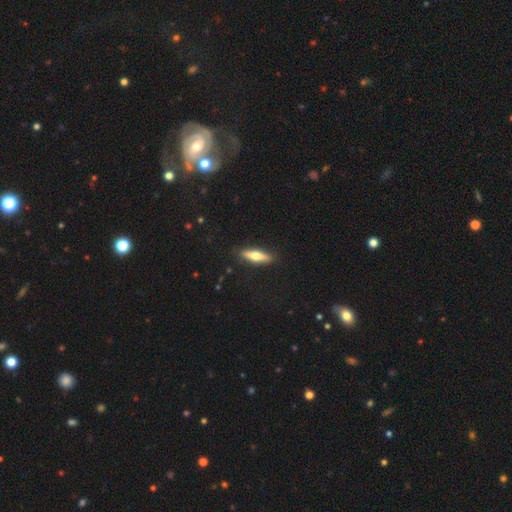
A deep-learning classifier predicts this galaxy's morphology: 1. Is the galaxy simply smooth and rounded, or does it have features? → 49% featured or disk, 45% smooth, 5% star or artifact.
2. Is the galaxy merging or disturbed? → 89% none, 8% minor disturbance, 2% major disturbance, 1% merger.